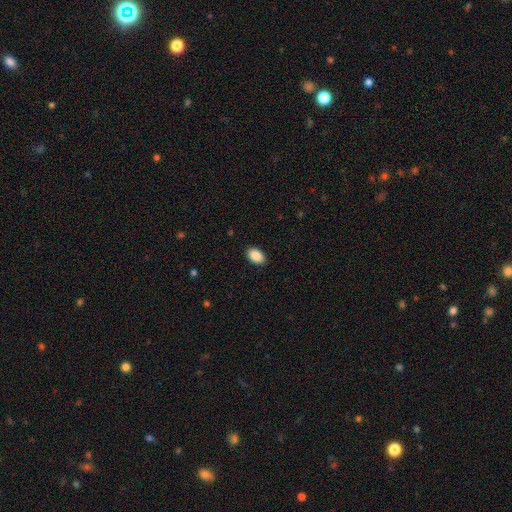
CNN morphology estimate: The model was most divided on "merging": none: 89%, minor disturbance: 8%, major disturbance: 2%, merger: 1%. More confident: how rounded — in between (91%); smooth or featured — smooth (90%).